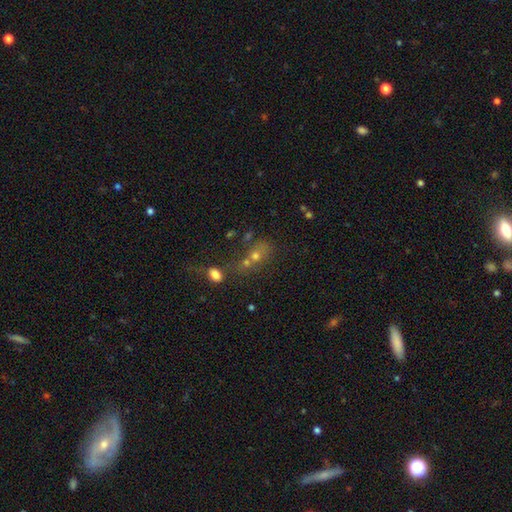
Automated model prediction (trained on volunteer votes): Smooth or featured? smooth (52%)
How rounded? round (53%)
Merging? merger (50%)